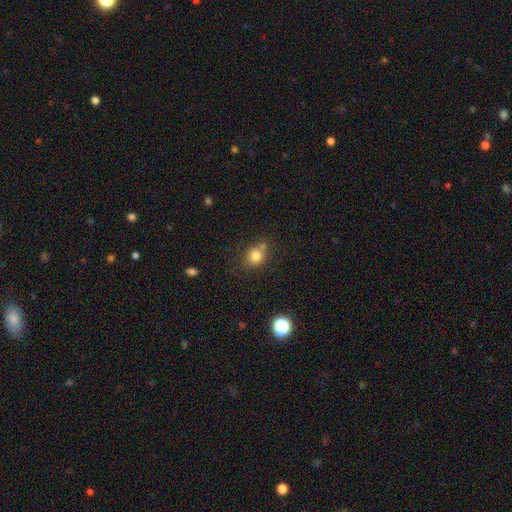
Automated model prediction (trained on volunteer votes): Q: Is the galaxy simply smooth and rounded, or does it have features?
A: smooth — 80%.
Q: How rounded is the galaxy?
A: round — 71%.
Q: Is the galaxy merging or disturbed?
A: none — 60%.